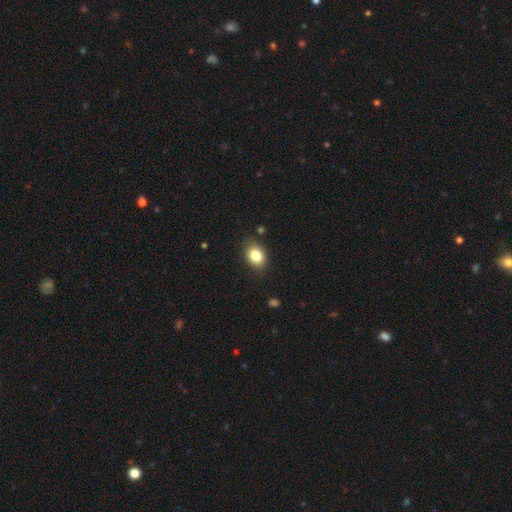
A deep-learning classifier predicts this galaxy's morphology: smooth 83%, star or artifact 9%, featured or disk 8%. Down the decision tree: how rounded — in between (64%); merging — none (84%).